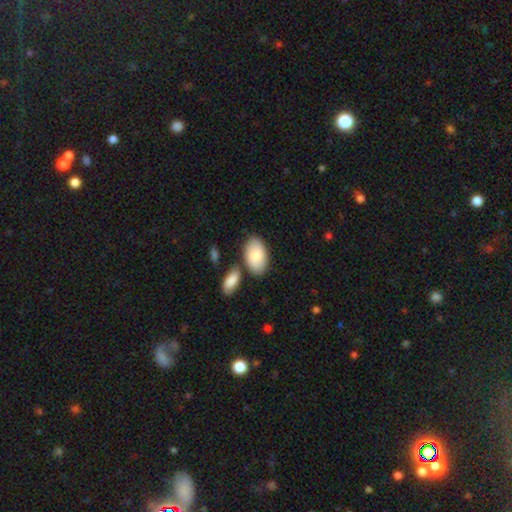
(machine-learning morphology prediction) A smooth galaxy with no disk features (84%) that is in between round and cigar-shaped (95%). Merging: none (72%).